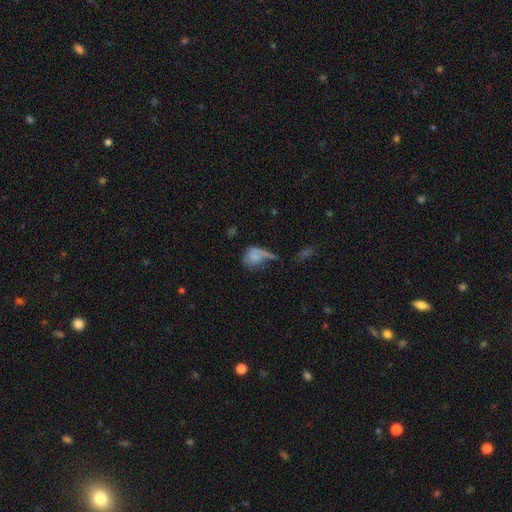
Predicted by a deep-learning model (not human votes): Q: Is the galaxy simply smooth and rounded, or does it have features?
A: smooth — 65%.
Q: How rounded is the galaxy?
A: in between — 53%.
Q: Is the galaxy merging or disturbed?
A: major disturbance — 34%.